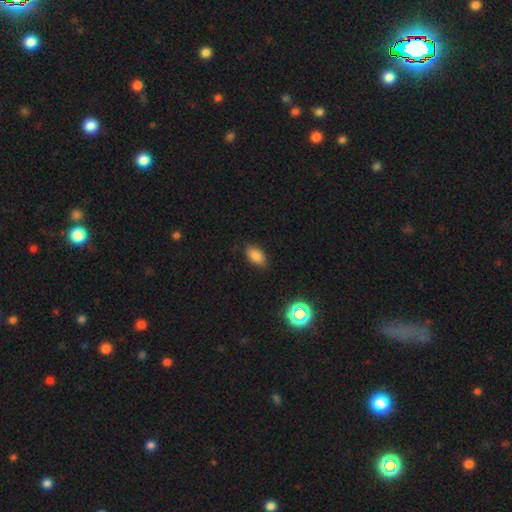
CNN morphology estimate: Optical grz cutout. It shows a smooth galaxy with no disk features (82%) that is in between round and cigar-shaped (90%). Merging: none (85%).